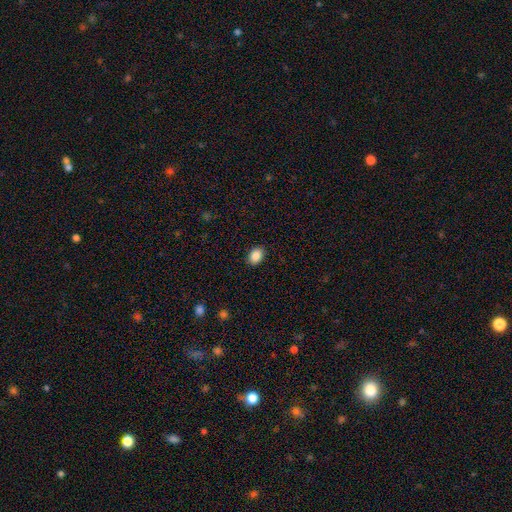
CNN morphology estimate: Overall: smooth (88%). How rounded: in between (75%). Merging: none (90%).